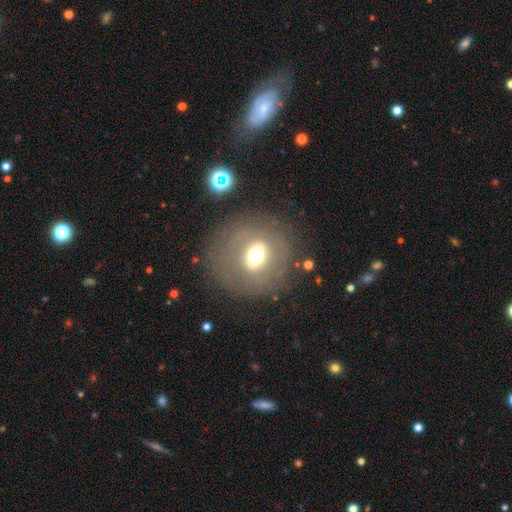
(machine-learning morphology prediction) This is marginally a featured or disk galaxy (44%). Merging: likely none (75%).